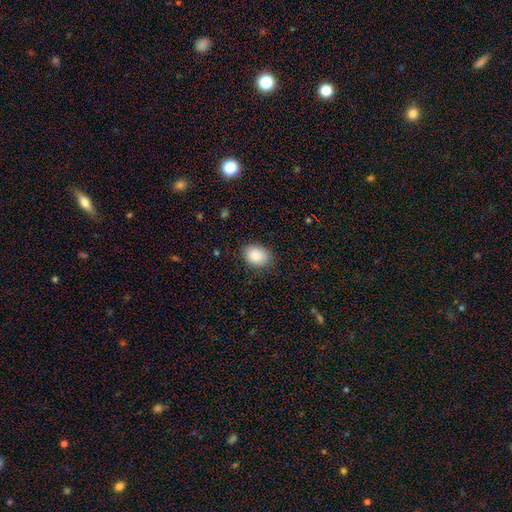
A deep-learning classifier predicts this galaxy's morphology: A smooth galaxy with no disk features (86%) that is in between round and cigar-shaped (70%).

Vote fractions:
- Smooth or featured? smooth: 86% / star or artifact: 8% / featured or disk: 6%
- How rounded? in between: 70% / round: 30% / cigar-shaped: 1%
- Merging? none: 83% / minor disturbance: 13% / major disturbance: 3% / merger: 1%